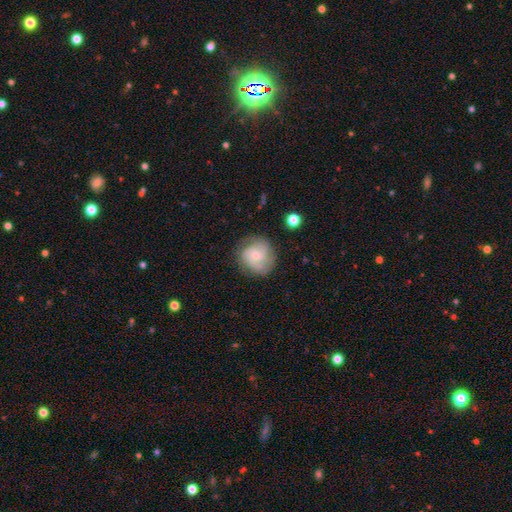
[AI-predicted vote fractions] Q: Smooth or featured?
A: featured or disk (65%); runner-up: smooth (28%)
Q: Edge-on disk?
A: no (98%); runner-up: yes (2%)
Q: Bar?
A: no (68%); runner-up: weak (28%)
Q: Spiral arms?
A: yes (92%); runner-up: no (8%)
Q: Spiral winding?
A: tight (52%); runner-up: medium (37%)
Q: Spiral arm count?
A: 2 (38%); runner-up: can't tell (25%)
Q: Bulge size?
A: small (59%); runner-up: moderate (35%)
Q: Merging?
A: none (76%); runner-up: minor disturbance (16%)